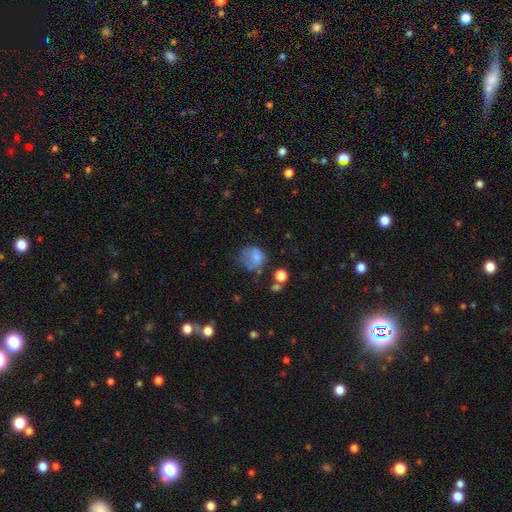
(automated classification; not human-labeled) Smooth or featured?
  - smooth: 68% *
  - featured or disk: 20%
  - star or artifact: 12%
How rounded?
  - round: 64% *
  - in between: 35%
  - cigar-shaped: 1%
Merging?
  - none: 33% *
  - major disturbance: 32%
  - minor disturbance: 28%
  - merger: 7%